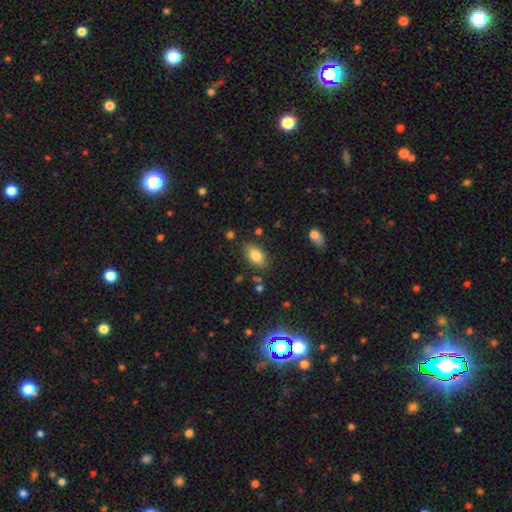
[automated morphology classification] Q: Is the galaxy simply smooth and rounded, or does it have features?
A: smooth — 82%.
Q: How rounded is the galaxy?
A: in between — 91%.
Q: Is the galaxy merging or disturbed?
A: none — 82%.